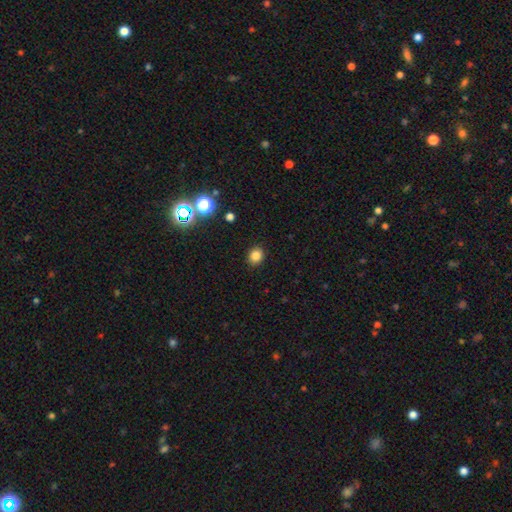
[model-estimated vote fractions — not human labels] A smooth galaxy with no disk features (81%) that is round (65%). Merging: none (90%).